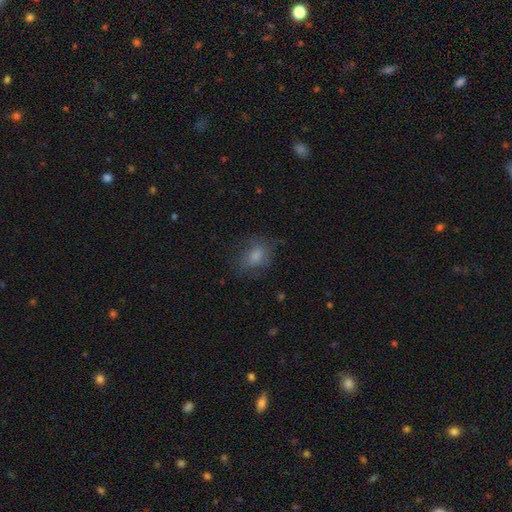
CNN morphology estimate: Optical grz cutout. It shows a smooth galaxy with no disk features (61%) that is in between round and cigar-shaped (58%). Merging: none (67%).